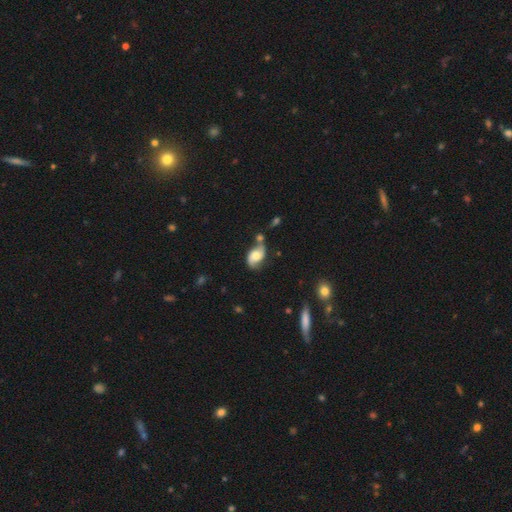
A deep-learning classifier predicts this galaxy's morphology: This is likely a featured or disk galaxy (60%). It is clearly not viewed edge-on (96%). Bar: likely no (63%). Spiral arm pattern: clearly yes (89%). Spiral arm count: clearly 2 (87%). Spiral winding: possibly loose (46%). Central bulge: possibly moderate (50%). Merging: possibly none (48%).